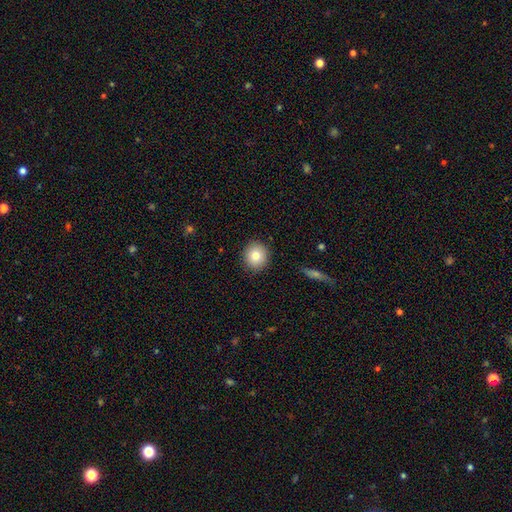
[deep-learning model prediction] smooth-or-featured: smooth: 82% | star or artifact: 9% | featured or disk: 9%
  how-rounded: round: 89% | in between: 10% | cigar-shaped: 1%
  merging: none: 90% | minor disturbance: 7% | major disturbance: 2% | merger: 1%